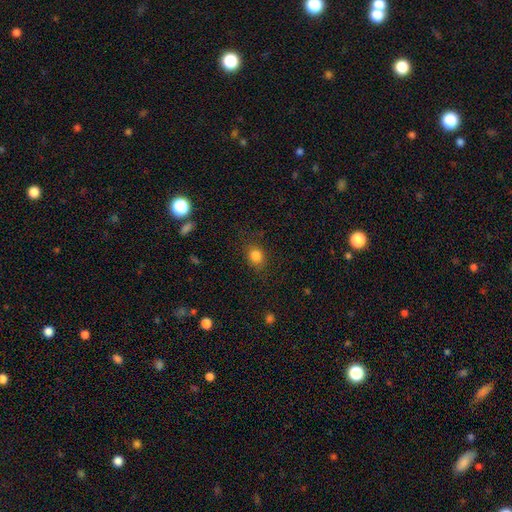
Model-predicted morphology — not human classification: type=smooth (83%); roundness=round (62%); merging=none (81%).